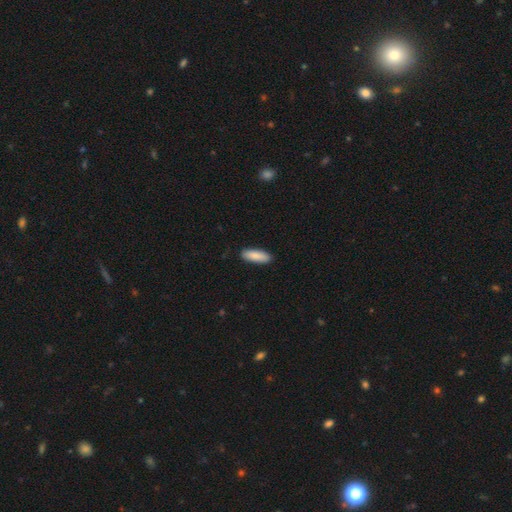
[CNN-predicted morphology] Smooth or featured: smooth — 89% (featured or disk — 6%)
How rounded: in between — 61% (cigar-shaped — 38%)
Merging: none — 89% (minor disturbance — 8%)